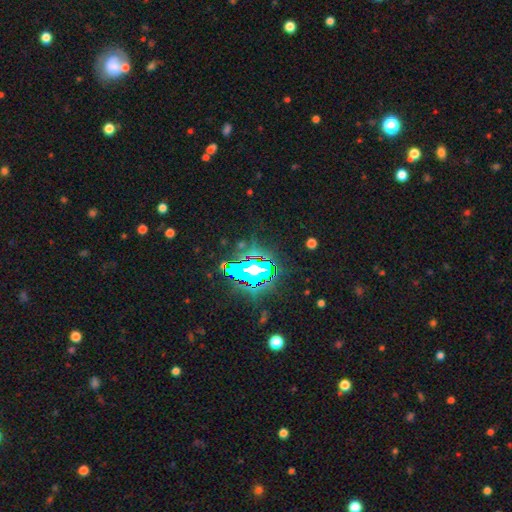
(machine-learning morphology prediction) A star or artifact, not a galaxy (73%).